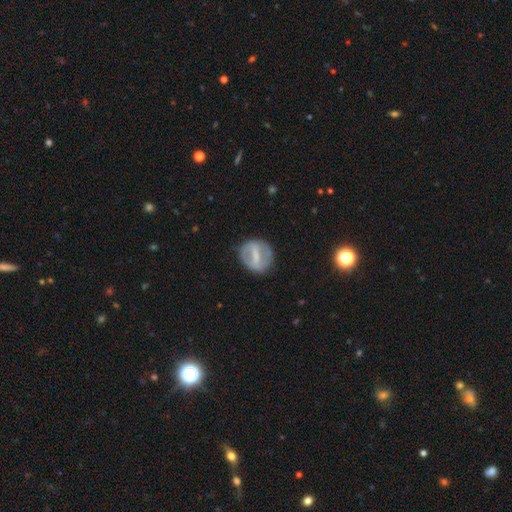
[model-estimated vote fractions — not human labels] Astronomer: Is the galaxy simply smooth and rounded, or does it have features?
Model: featured or disk — 59% (runner-up: smooth, 34%).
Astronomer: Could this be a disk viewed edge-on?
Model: no — 93%.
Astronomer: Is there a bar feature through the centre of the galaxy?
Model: strong — 65%.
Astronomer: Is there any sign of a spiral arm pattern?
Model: no — 66%.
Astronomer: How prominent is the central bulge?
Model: small — 36% (runner-up: none, 33%).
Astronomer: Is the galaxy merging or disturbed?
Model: none — 79%.